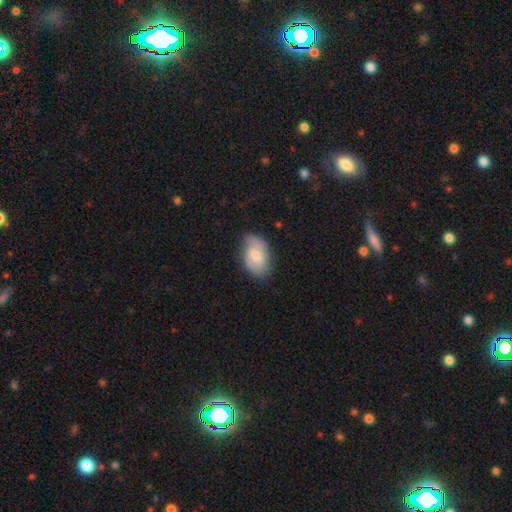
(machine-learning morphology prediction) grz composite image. It shows a smooth galaxy with no disk features (66%) that is in between round and cigar-shaped (91%). Merging: none (65%).